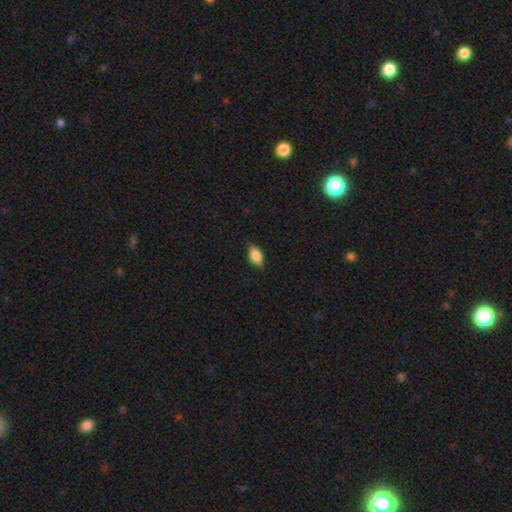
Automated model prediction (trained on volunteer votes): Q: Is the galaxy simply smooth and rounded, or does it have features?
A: smooth — 82%.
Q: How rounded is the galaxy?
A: in between — 90%.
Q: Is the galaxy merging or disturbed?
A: none — 84%.